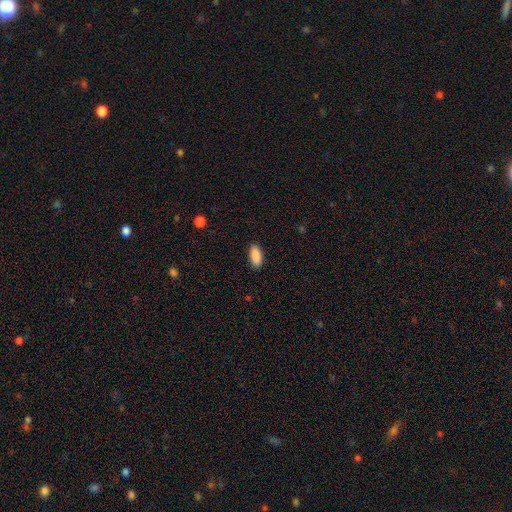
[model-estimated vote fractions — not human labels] This is clearly a smooth galaxy (89%). How rounded: clearly in between (87%). Merging: clearly none (88%).